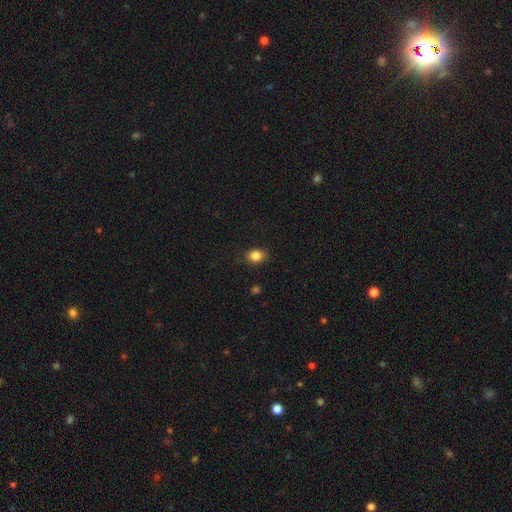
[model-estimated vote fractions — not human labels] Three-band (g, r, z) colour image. It shows a smooth galaxy with no disk features (85%) that is in between round and cigar-shaped (64%). Merging: none (85%).